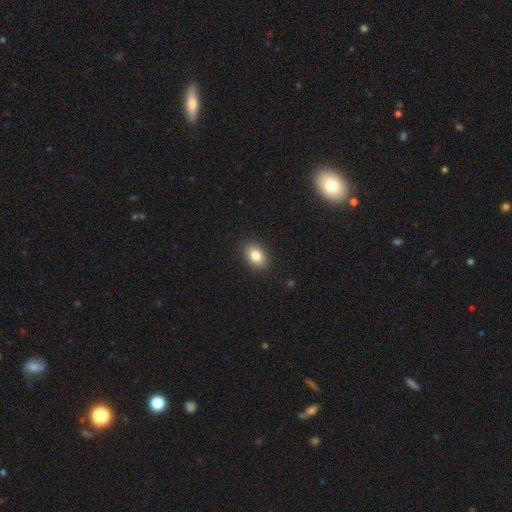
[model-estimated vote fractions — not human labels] A smooth galaxy with no disk features (83%) that is in between round and cigar-shaped (84%). Merging: none (89%).